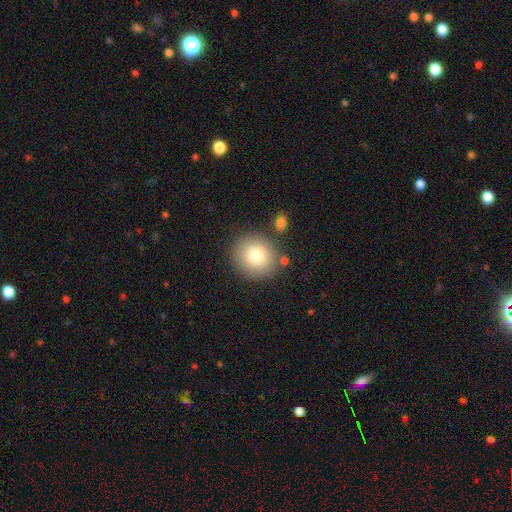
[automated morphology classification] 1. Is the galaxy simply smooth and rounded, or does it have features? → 79% smooth, 12% featured or disk, 10% star or artifact.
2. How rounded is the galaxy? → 87% round, 12% in between, 1% cigar-shaped.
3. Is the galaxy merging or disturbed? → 81% none, 10% minor disturbance, 6% merger, 3% major disturbance.